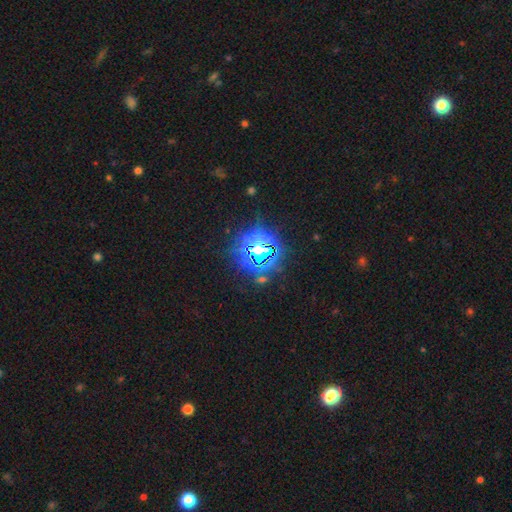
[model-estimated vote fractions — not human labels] A star or artifact, not a galaxy (78%).